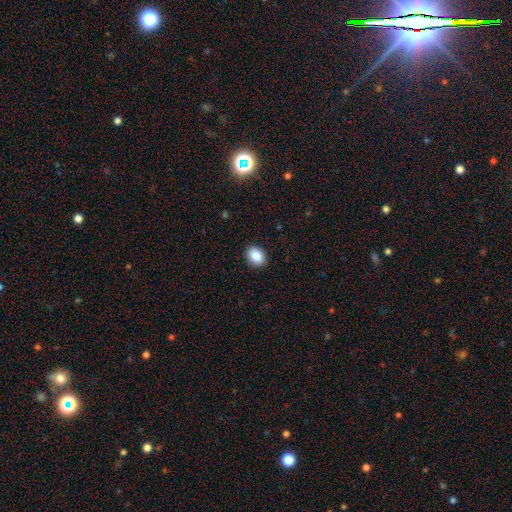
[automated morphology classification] smooth 87%, star or artifact 8%, featured or disk 5%. Down the decision tree: how rounded — in between (59%); merging — none (91%).